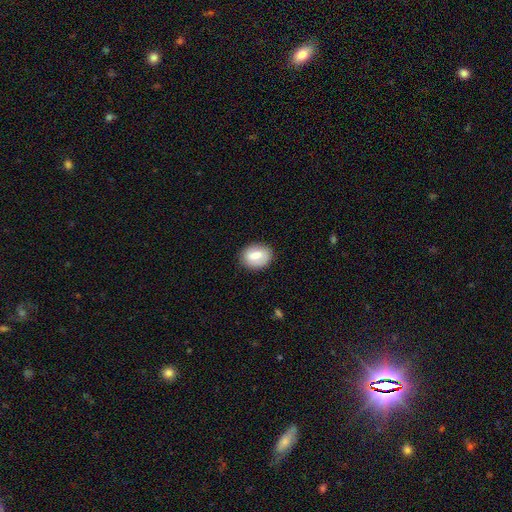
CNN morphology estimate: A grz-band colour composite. It shows a smooth galaxy with no disk features (73%) that is in between round and cigar-shaped (58%). Merging: none (85%).